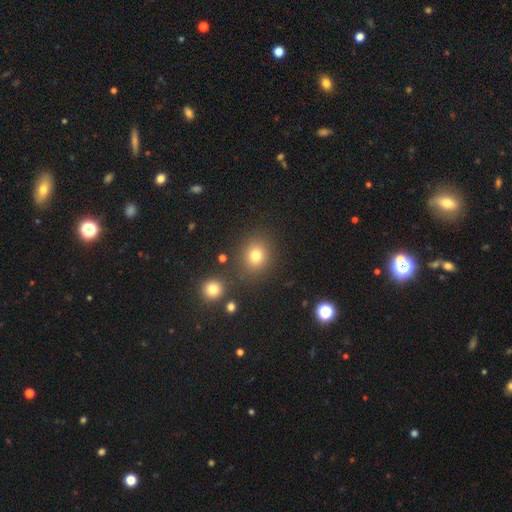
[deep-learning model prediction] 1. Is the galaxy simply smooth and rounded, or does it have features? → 77% smooth, 16% star or artifact, 7% featured or disk.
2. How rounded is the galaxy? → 81% round, 18% in between, 1% cigar-shaped.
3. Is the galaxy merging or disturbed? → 83% none, 8% minor disturbance, 5% merger, 4% major disturbance.